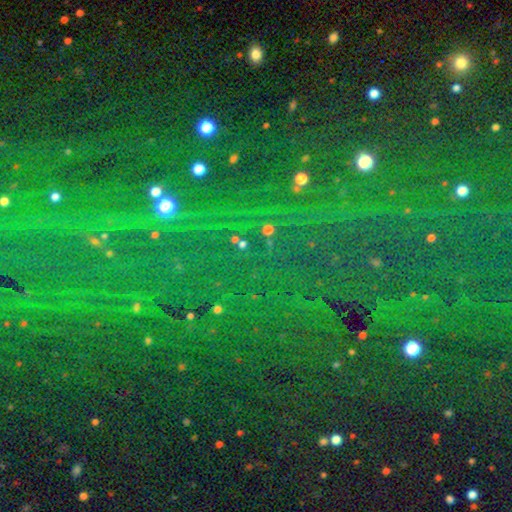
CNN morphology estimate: The model was most divided on "smooth or featured": star or artifact: 83%, smooth: 10%, featured or disk: 7%.